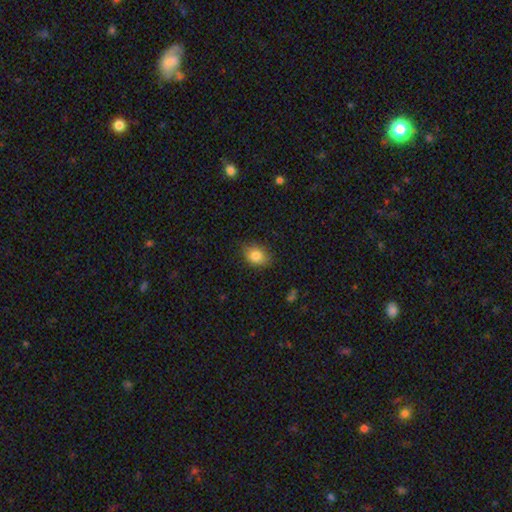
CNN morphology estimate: Smooth or featured? smooth (83%)
How rounded? in between (63%)
Merging? none (78%)